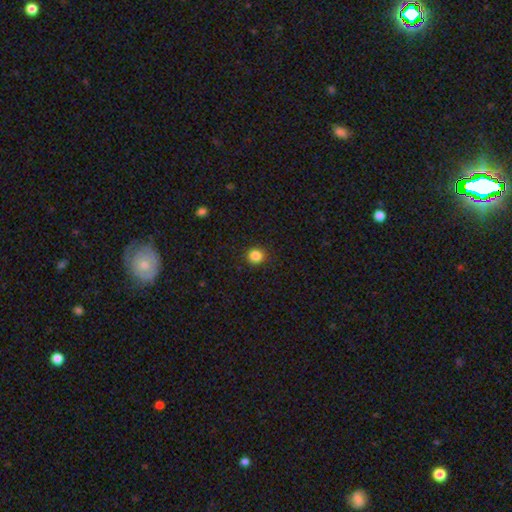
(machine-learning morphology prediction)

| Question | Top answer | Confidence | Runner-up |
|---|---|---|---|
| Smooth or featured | smooth | 86% | star or artifact (11%) |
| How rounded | round | 89% | in between (10%) |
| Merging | none | 91% | minor disturbance (6%) |